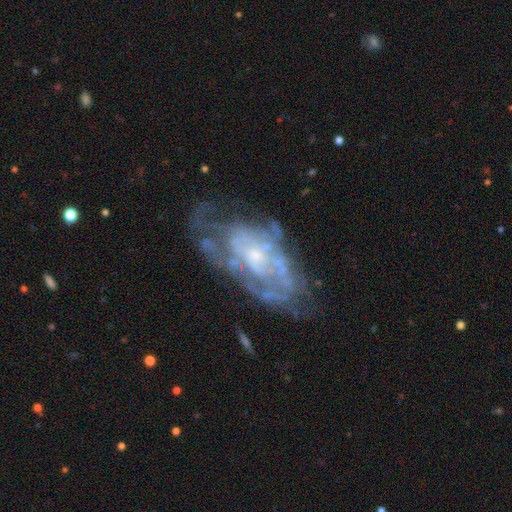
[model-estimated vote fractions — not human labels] Smooth or featured: featured or disk — 76% (smooth — 15%)
Edge-on disk: no — 94% (yes — 6%)
Bar: no — 77% (weak — 19%)
Spiral arms: yes — 54% (no — 46%)
Bulge size: small — 58% (moderate — 27%)
Merging: none — 48% (minor disturbance — 24%)